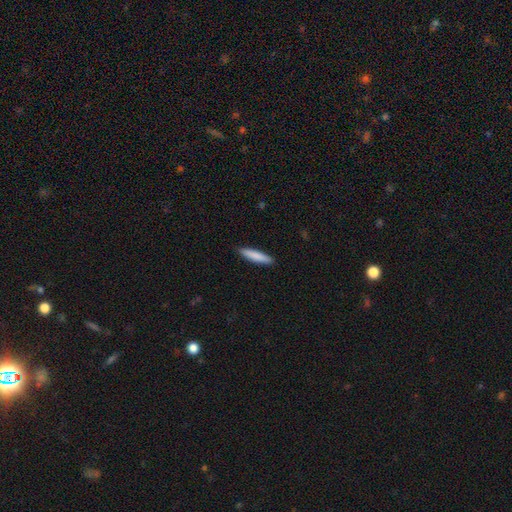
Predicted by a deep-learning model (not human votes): Smooth or featured? Predicted: smooth (p=0.83). How rounded? Predicted: cigar-shaped (p=0.87). Merging? Predicted: none (p=0.91).